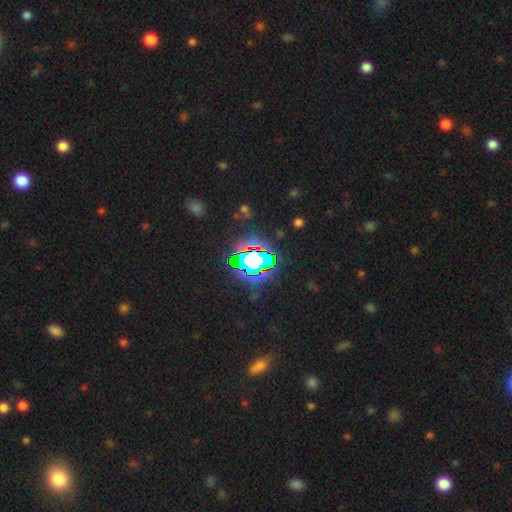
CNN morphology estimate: type=star or artifact (80%).